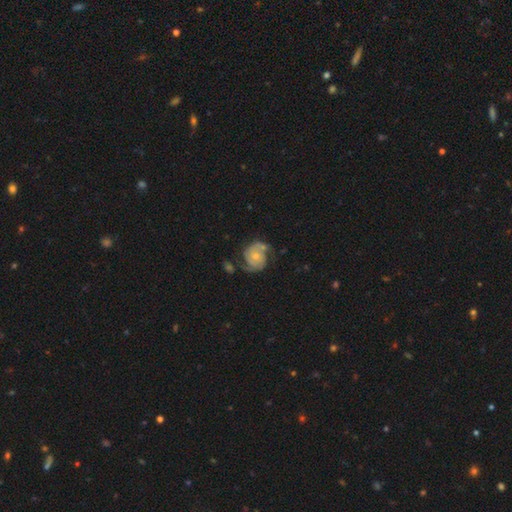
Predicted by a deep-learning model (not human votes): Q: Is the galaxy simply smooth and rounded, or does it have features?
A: featured or disk — 82%.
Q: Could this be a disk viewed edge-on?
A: no — 98%.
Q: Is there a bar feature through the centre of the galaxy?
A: no — 76%.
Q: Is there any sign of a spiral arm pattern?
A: yes — 95%.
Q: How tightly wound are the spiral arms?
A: medium — 42%.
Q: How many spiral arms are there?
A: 2 — 85%.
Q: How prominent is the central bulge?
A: small — 53%.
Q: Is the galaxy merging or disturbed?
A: none — 57%.